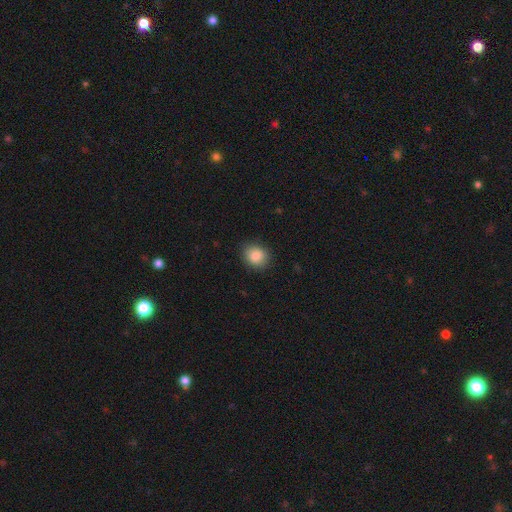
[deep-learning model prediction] Smooth or featured? Predicted: smooth (p=0.87). How rounded? Predicted: round (p=0.64). Merging? Predicted: none (p=0.85).